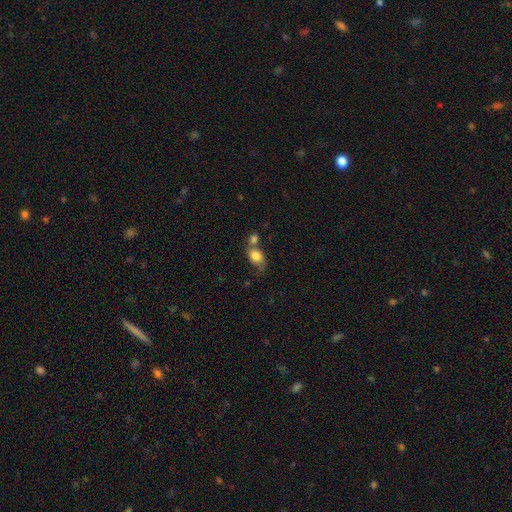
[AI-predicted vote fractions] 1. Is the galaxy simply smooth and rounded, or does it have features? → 78% smooth, 14% featured or disk, 9% star or artifact.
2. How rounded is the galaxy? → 66% in between, 33% round, 2% cigar-shaped.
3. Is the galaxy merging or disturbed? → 50% merger, 24% none, 15% minor disturbance, 11% major disturbance.